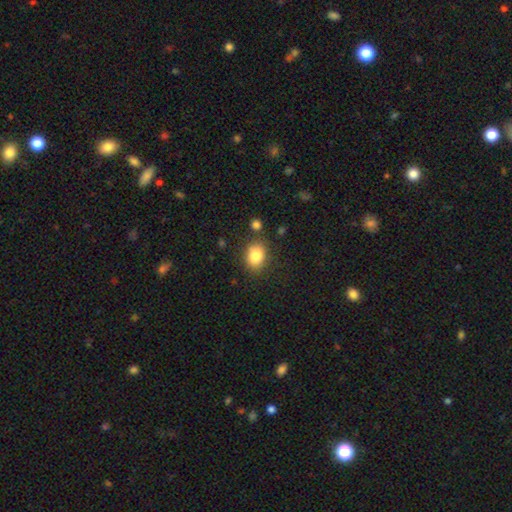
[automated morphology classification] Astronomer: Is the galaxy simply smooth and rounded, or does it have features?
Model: smooth — 84%.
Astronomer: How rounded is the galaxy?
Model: in between — 61% (runner-up: round, 38%).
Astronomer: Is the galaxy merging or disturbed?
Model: none — 79%.